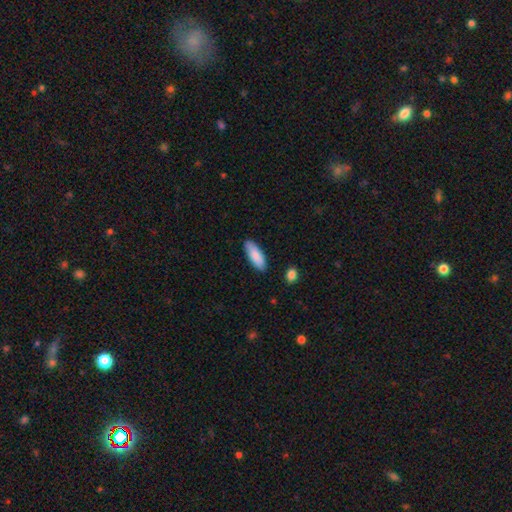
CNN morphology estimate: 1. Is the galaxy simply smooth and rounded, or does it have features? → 85% smooth, 9% featured or disk, 6% star or artifact.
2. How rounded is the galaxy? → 73% in between, 25% cigar-shaped, 2% round.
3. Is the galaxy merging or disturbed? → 84% none, 12% minor disturbance, 2% major disturbance, 2% merger.